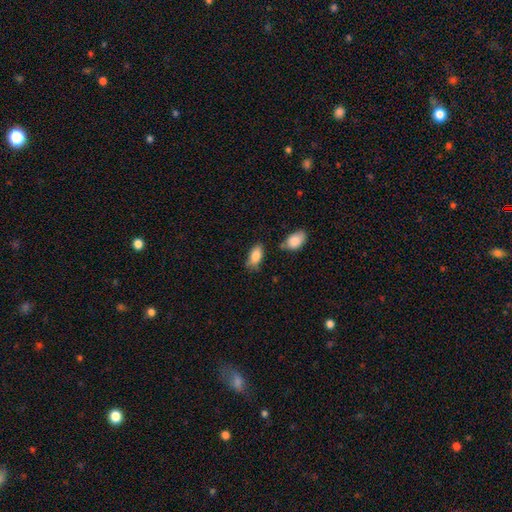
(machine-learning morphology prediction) The model was most divided on "merging": none: 63%, minor disturbance: 25%, merger: 7%, major disturbance: 6%. More confident: how rounded — in between (90%); smooth or featured — smooth (83%).